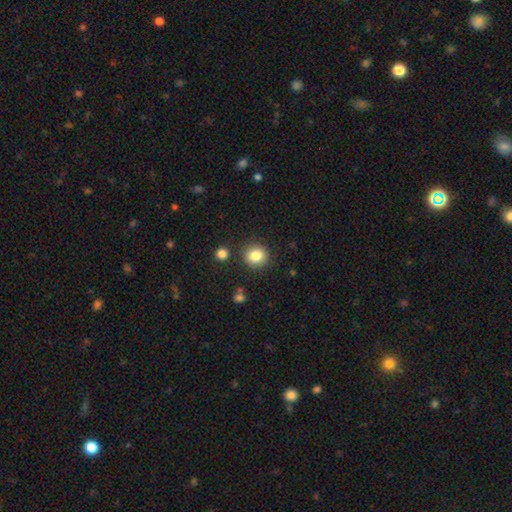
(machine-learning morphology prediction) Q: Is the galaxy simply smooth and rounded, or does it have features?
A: smooth — 83%.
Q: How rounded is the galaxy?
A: round — 85%.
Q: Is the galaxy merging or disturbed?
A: none — 87%.